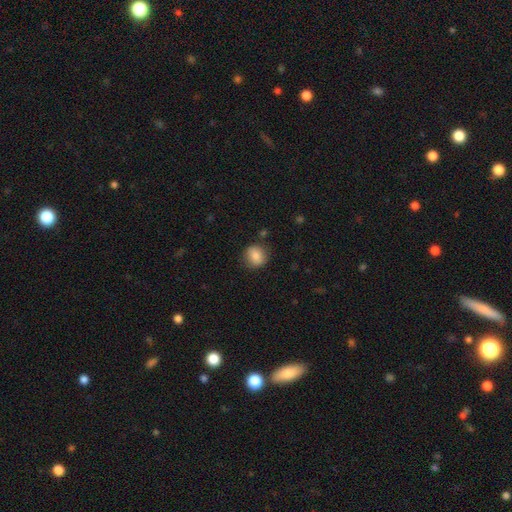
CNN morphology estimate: type=smooth (83%); roundness=round (82%); merging=none (82%).